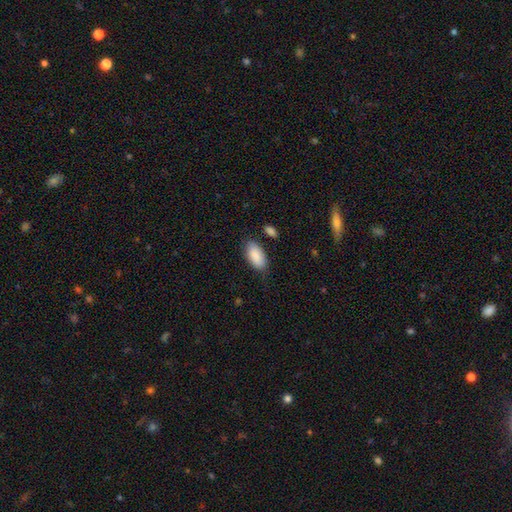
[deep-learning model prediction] This appears to be a smooth galaxy with no disk features (90%) that is in between round and cigar-shaped (93%). Merging: none (79%).